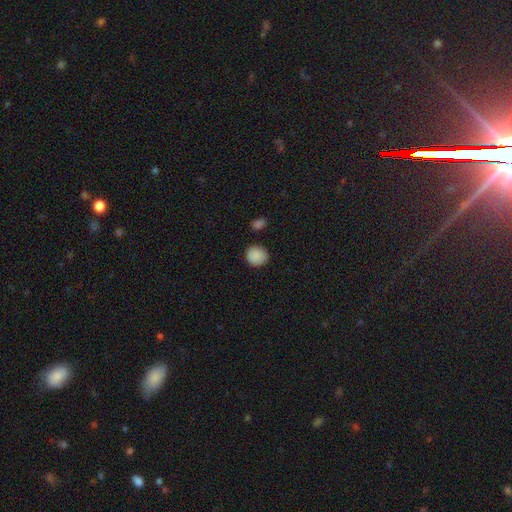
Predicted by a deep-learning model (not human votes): Smooth or featured? smooth (88%)
How rounded? round (86%)
Merging? none (85%)